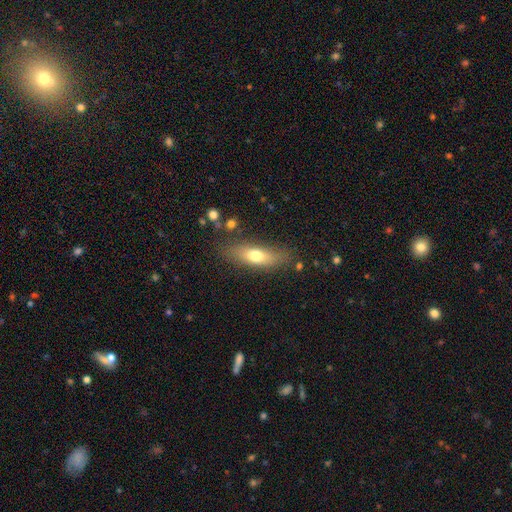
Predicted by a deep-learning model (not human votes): This is likely a smooth galaxy (67%). How rounded: possibly in between (51%). Merging: likely none (78%).